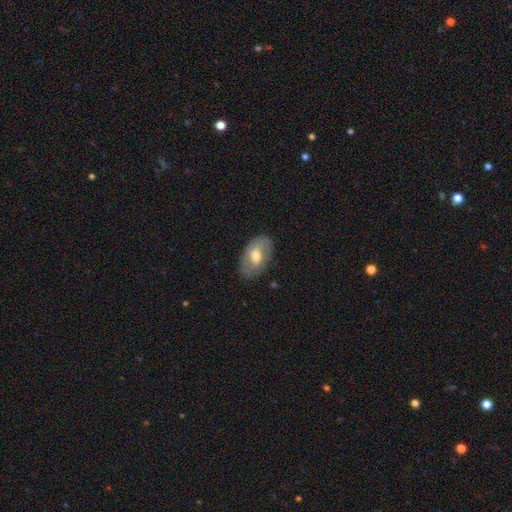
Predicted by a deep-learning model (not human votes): This appears to be a smooth galaxy with no disk features (50%). Merging: none (77%).